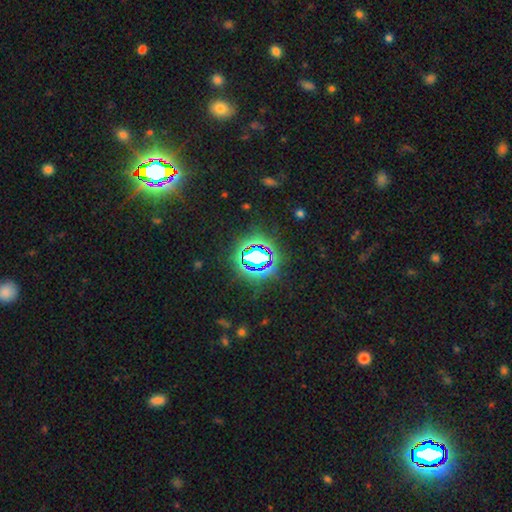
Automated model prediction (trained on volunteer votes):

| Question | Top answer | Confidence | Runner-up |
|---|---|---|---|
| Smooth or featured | star or artifact | 78% | smooth (14%) |